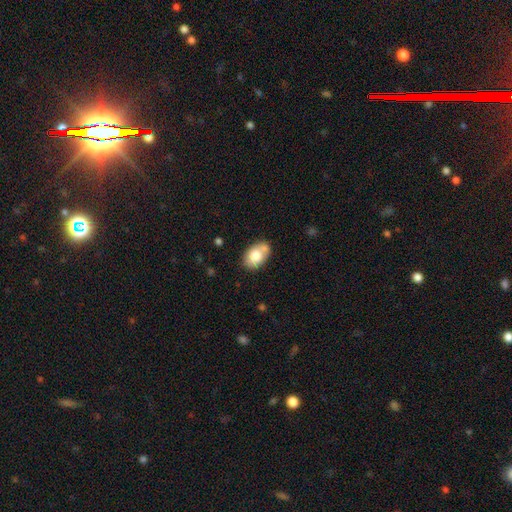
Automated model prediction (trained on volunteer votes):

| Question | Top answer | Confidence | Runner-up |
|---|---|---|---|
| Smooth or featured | smooth | 76% | featured or disk (17%) |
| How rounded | in between | 84% | round (15%) |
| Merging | none | 58% | minor disturbance (19%) |